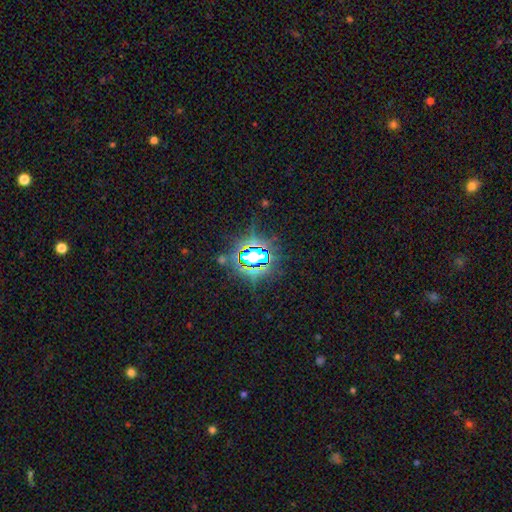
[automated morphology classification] smooth-or-featured: star or artifact: 75% | smooth: 15% | featured or disk: 11%